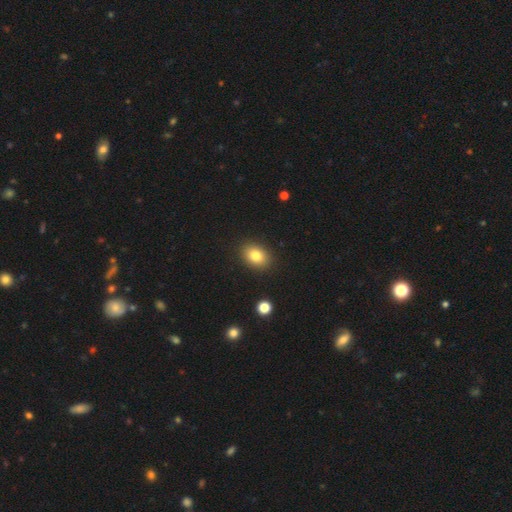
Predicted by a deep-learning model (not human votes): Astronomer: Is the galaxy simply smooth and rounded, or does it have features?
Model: smooth — 82%.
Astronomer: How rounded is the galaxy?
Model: in between — 69%.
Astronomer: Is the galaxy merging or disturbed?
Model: none — 89%.